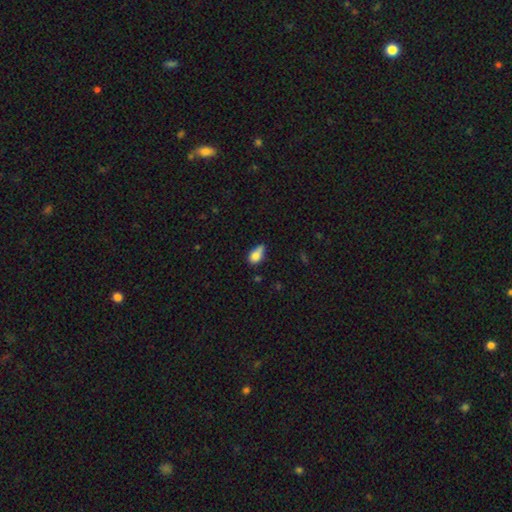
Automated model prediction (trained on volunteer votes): This is likely a smooth galaxy (79%). How rounded: clearly in between (85%). Merging: marginally minor disturbance (42%).